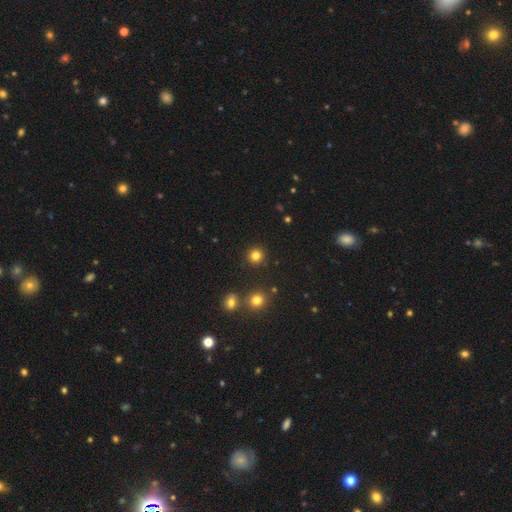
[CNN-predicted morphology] smooth-or-featured: smooth: 81% | star or artifact: 14% | featured or disk: 5%
  how-rounded: round: 95% | in between: 4% | cigar-shaped: 1%
  merging: none: 91% | minor disturbance: 5% | merger: 2% | major disturbance: 2%